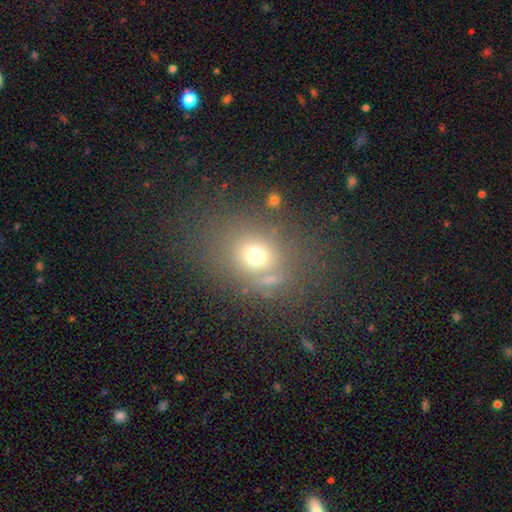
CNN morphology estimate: This appears to be a smooth galaxy with no disk features (68%) that is round (62%). Merging: none (68%).